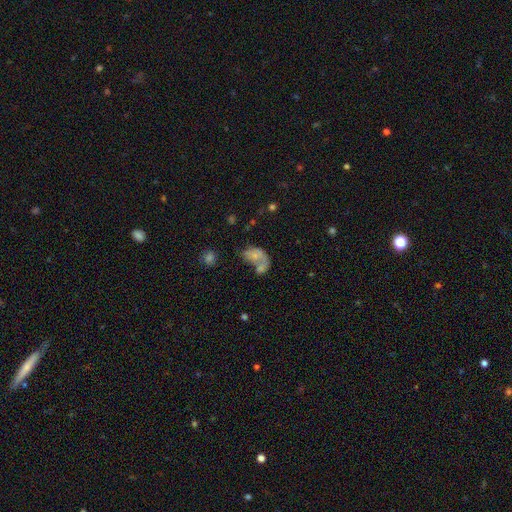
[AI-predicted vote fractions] This is likely a smooth galaxy (61%). How rounded: clearly in between (81%). Merging: possibly merger (52%).